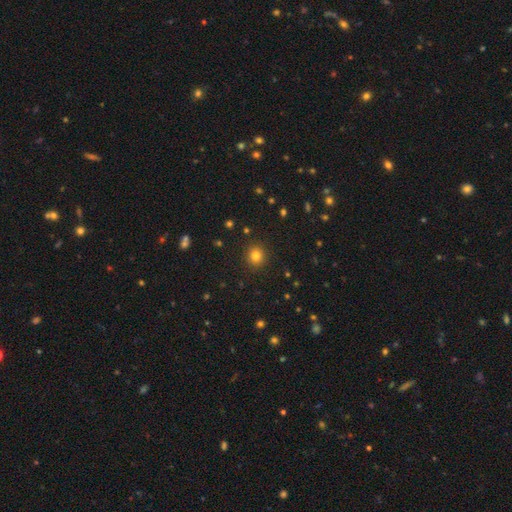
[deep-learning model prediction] A smooth galaxy with no disk features (81%) that is round (89%).

Vote fractions:
- Smooth or featured? smooth: 81% / star or artifact: 14% / featured or disk: 5%
- How rounded? round: 89% / in between: 10% / cigar-shaped: 1%
- Merging? none: 91% / minor disturbance: 6% / major disturbance: 2% / merger: 1%